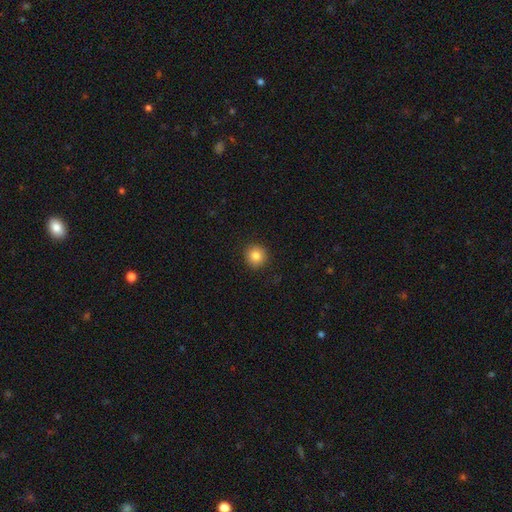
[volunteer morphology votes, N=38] Overall: smooth (89%). How rounded: round (94%). Merging: none (97%).